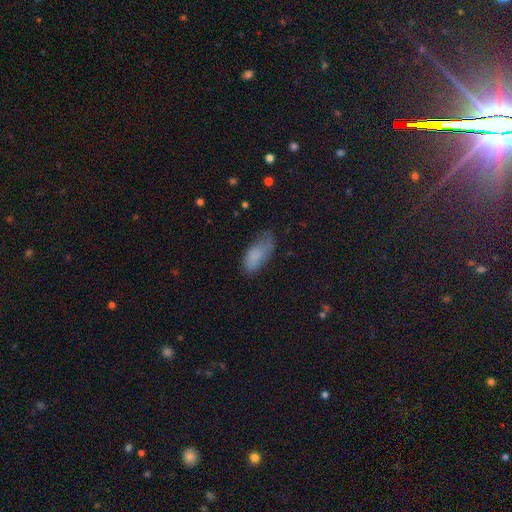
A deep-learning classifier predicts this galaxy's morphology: This is likely a smooth galaxy (78%). How rounded: clearly in between (87%). Merging: marginally none (45%).